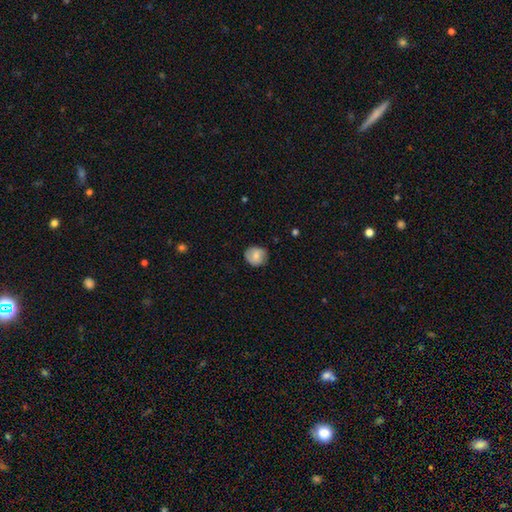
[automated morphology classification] smooth_or_featured: smooth (p=0.69) [alt: featured or disk p=0.23]
how_rounded: round (p=0.78) [alt: in between p=0.21]
merging: none (p=0.79) [alt: minor disturbance p=0.16]